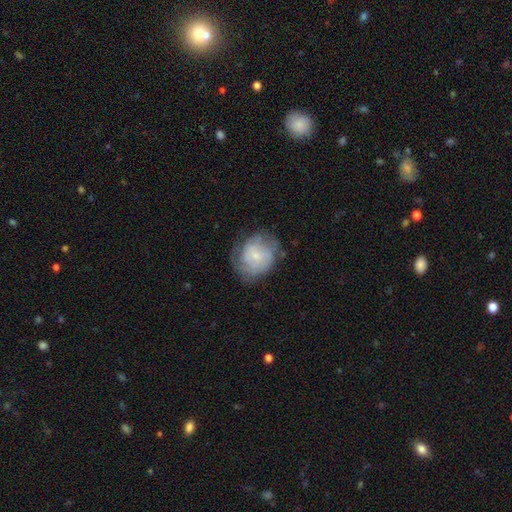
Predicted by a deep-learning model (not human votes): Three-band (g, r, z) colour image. It shows a featured or disk galaxy (51%) with no bar (69%), spiral arms (75%) and a small central bulge (66%). Merging: none (60%).